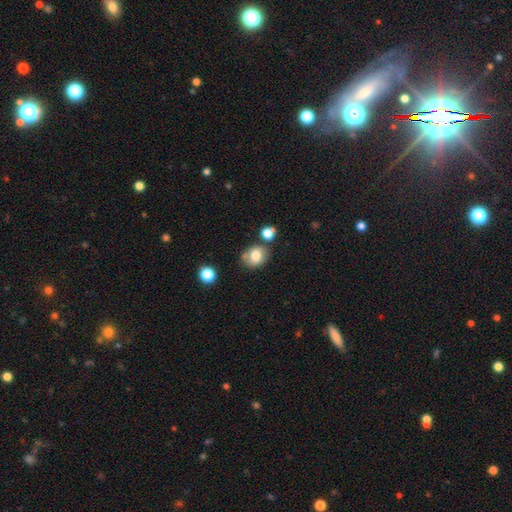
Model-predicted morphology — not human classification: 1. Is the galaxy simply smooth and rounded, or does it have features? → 74% smooth, 16% featured or disk, 10% star or artifact.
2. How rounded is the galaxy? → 55% round, 44% in between, 1% cigar-shaped.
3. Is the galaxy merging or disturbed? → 62% none, 19% minor disturbance, 13% merger, 6% major disturbance.